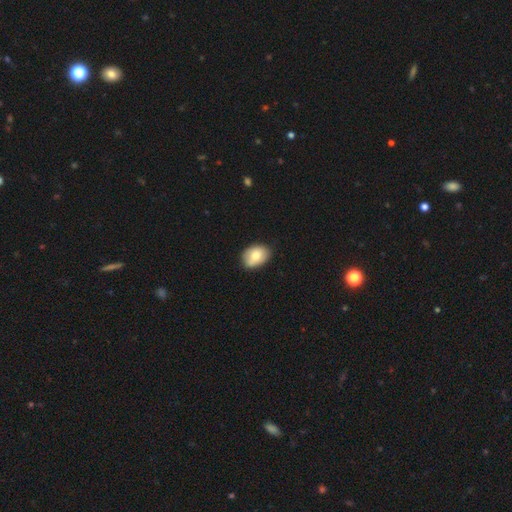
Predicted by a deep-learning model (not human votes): This is likely a smooth galaxy (77%). How rounded: likely in between (78%). Merging: likely none (75%).